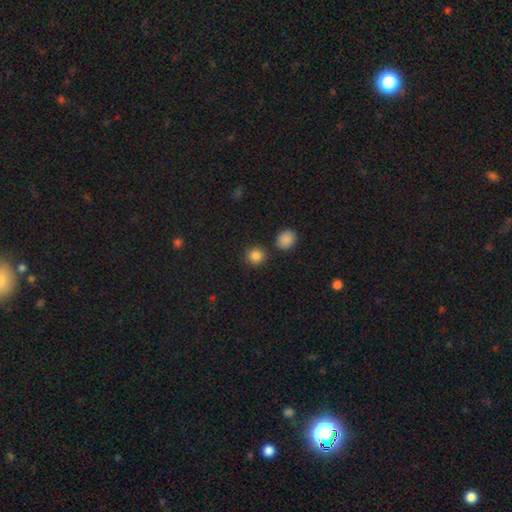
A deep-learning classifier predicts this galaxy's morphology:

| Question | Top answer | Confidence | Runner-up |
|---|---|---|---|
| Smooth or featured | smooth | 86% | star or artifact (11%) |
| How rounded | round | 91% | in between (8%) |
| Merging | none | 84% | minor disturbance (8%) |